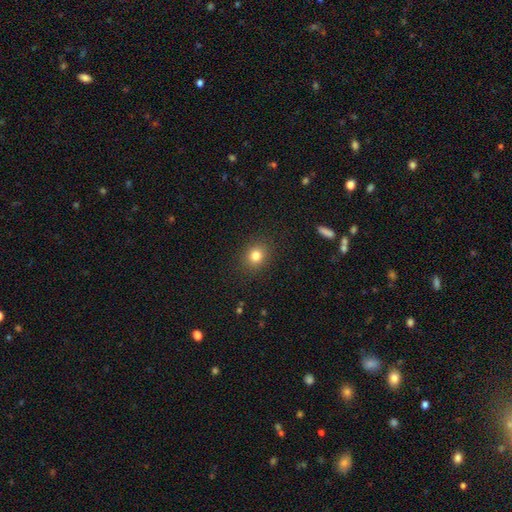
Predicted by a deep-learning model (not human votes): This is clearly a smooth galaxy (81%). How rounded: likely round (67%). Merging: clearly none (89%).